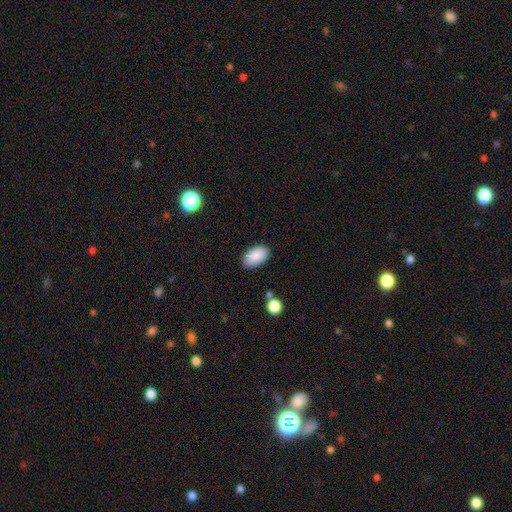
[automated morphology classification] A smooth galaxy with no disk features (89%) that is in between round and cigar-shaped (95%). Merging: none (85%).